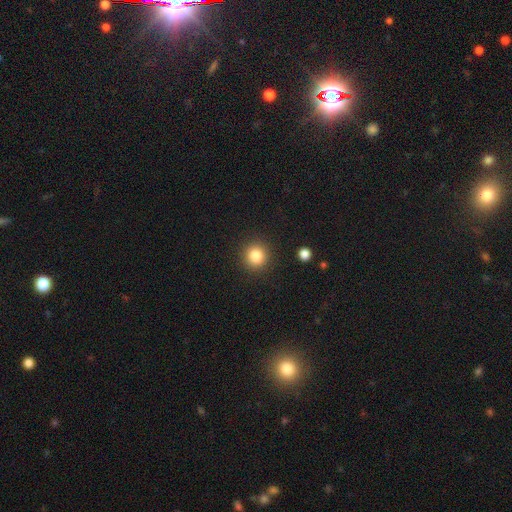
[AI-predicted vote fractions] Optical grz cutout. It shows a smooth galaxy with no disk features (83%) that is round (94%). Merging: none (90%).